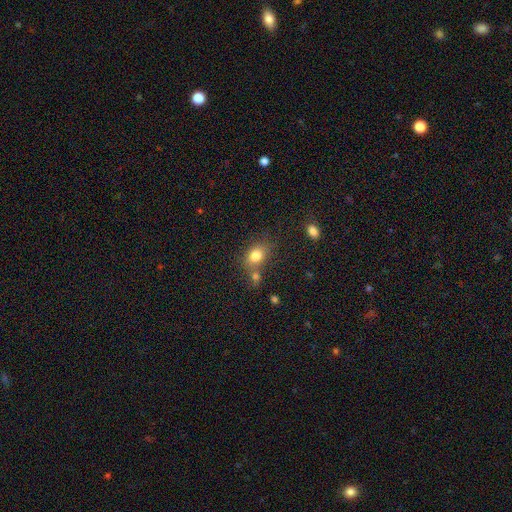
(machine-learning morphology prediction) Q: Smooth or featured?
A: smooth (80%); runner-up: star or artifact (11%)
Q: How rounded?
A: in between (60%); runner-up: round (39%)
Q: Merging?
A: none (54%); runner-up: merger (27%)